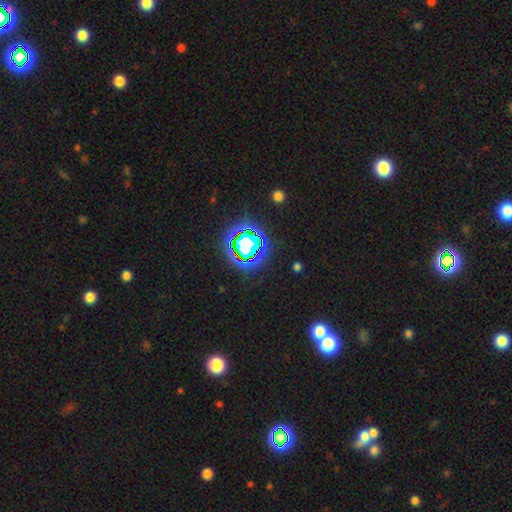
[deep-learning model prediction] Smooth or featured?
  - star or artifact: 79% *
  - smooth: 14%
  - featured or disk: 7%